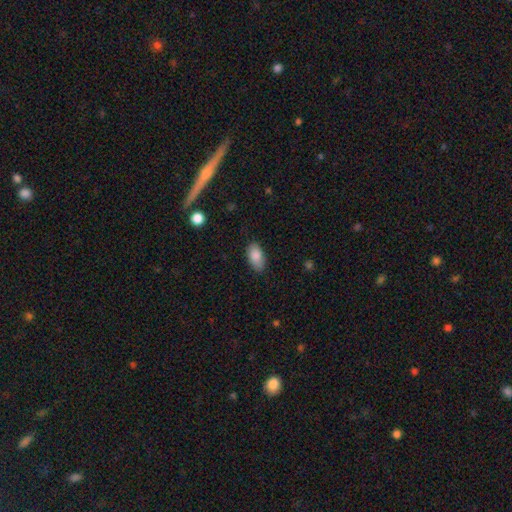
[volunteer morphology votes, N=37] This is clearly a smooth galaxy (86%). How rounded: clearly in between (94%). Merging: clearly none (80%).